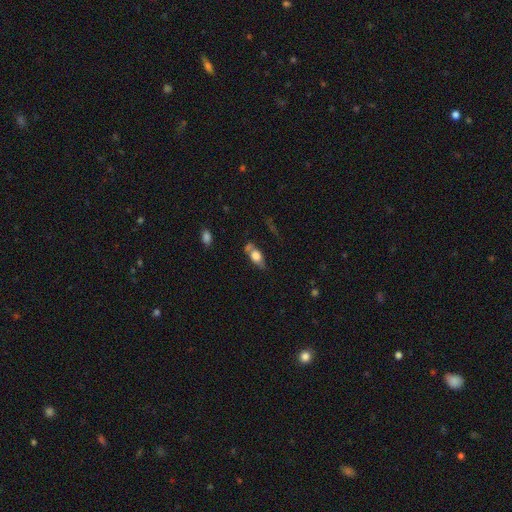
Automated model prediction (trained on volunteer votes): smooth-or-featured: smooth: 60% | featured or disk: 31% | star or artifact: 8%
  how-rounded: in between: 79% | cigar-shaped: 13% | round: 8%
  merging: none: 55% | minor disturbance: 21% | merger: 15% | major disturbance: 9%